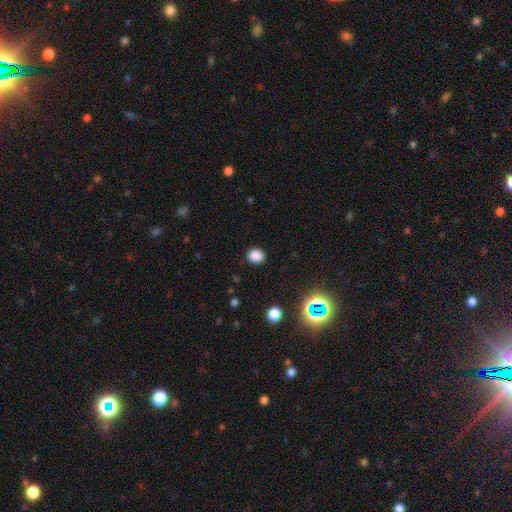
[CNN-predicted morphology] The model was most divided on "how rounded": round: 67%, in between: 32%, cigar-shaped: 1%. More confident: merging — none (89%); smooth or featured — smooth (84%).